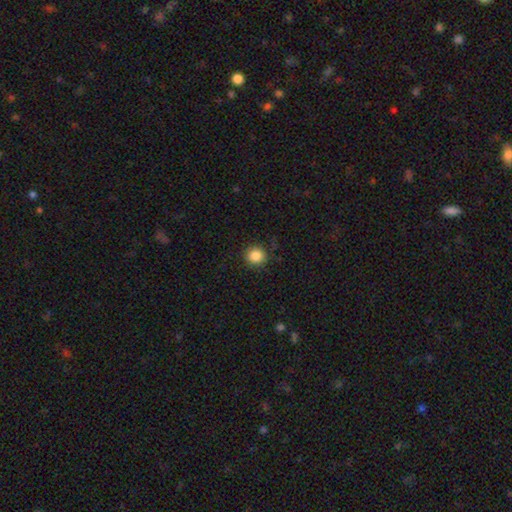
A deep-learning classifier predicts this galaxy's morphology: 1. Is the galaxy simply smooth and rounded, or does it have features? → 87% smooth, 10% star or artifact, 4% featured or disk.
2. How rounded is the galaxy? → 92% round, 7% in between, 1% cigar-shaped.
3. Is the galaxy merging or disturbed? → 88% none, 9% minor disturbance, 3% major disturbance, 1% merger.